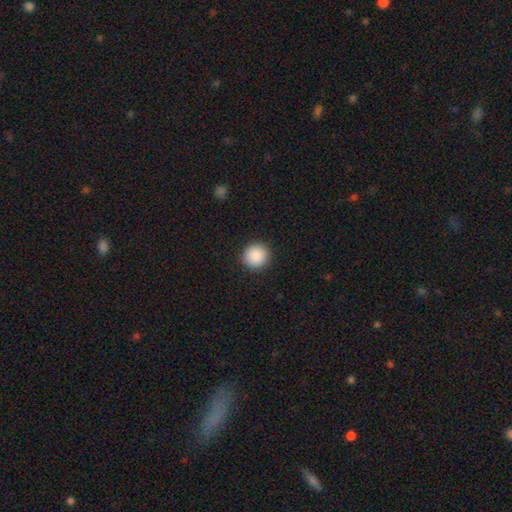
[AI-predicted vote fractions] smooth_or_featured: smooth (p=0.88) [alt: star or artifact p=0.08]
how_rounded: round (p=0.94) [alt: in between p=0.05]
merging: none (p=0.92) [alt: minor disturbance p=0.05]